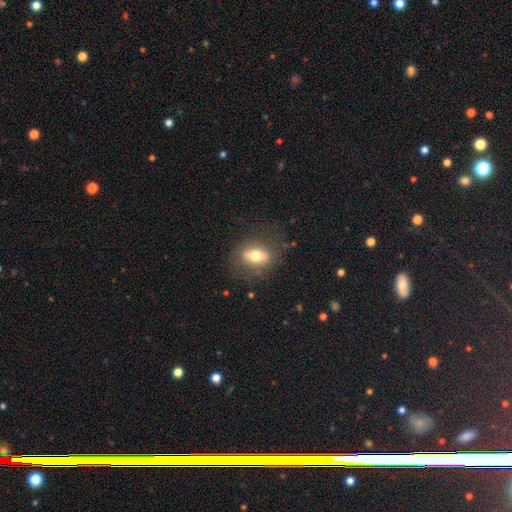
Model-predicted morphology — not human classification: Overall: smooth (61%; featured or disk 30%). How rounded: in between (74%). Merging: none (75%).